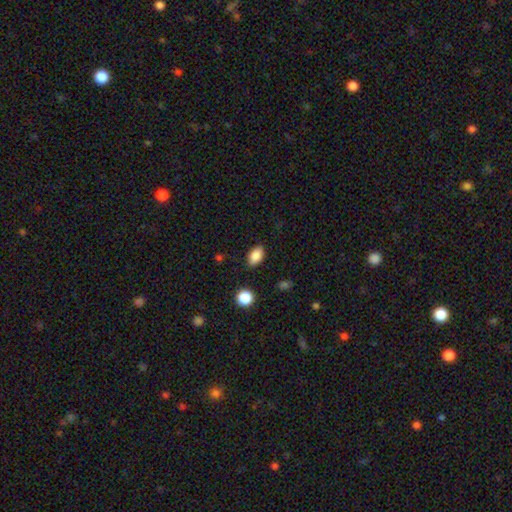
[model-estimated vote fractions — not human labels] This is clearly a smooth galaxy (85%). How rounded: clearly in between (88%). Merging: clearly none (85%).